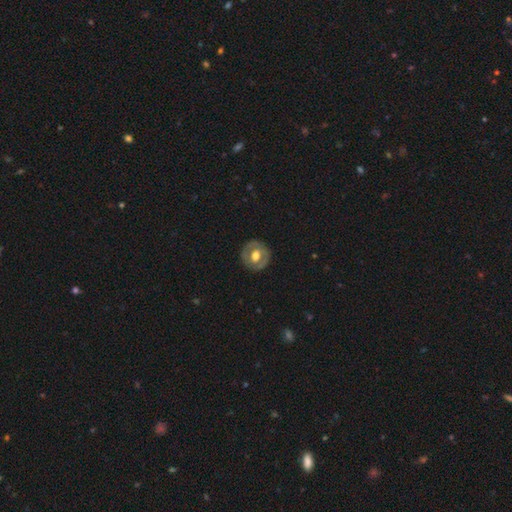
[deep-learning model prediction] featured or disk 54%, smooth 40%, star or artifact 6%. Down the decision tree: edge-on disk — no (95%); bar — no (57%); spiral arms — no (76%); bulge size — moderate (61%); merging — none (84%).